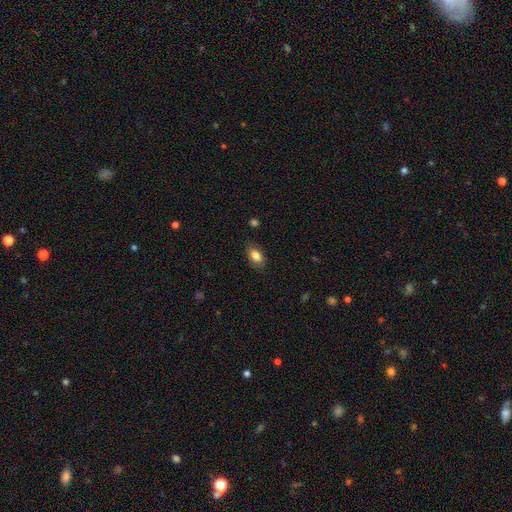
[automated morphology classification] type=smooth (82%); roundness=in between (91%); merging=none (83%).